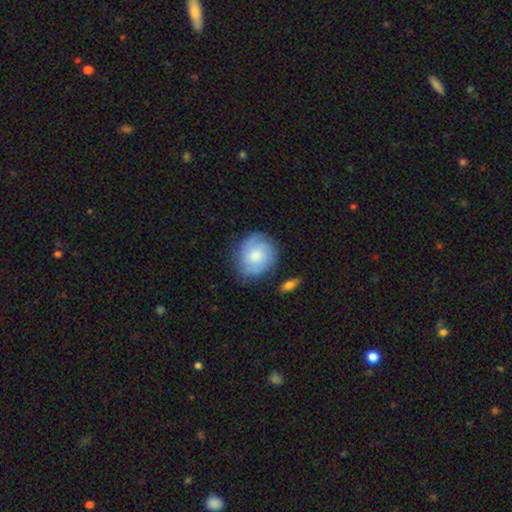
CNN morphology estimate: smooth 50%, featured or disk 43%, star or artifact 7%. Down the decision tree: how rounded — round (78%); merging — none (71%).